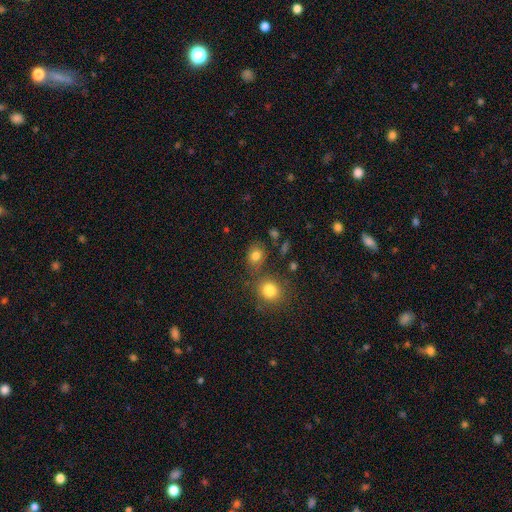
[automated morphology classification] smooth-or-featured: smooth: 79% | star or artifact: 13% | featured or disk: 8%
  how-rounded: round: 60% | in between: 39% | cigar-shaped: 1%
  merging: none: 67% | merger: 15% | minor disturbance: 13% | major disturbance: 5%